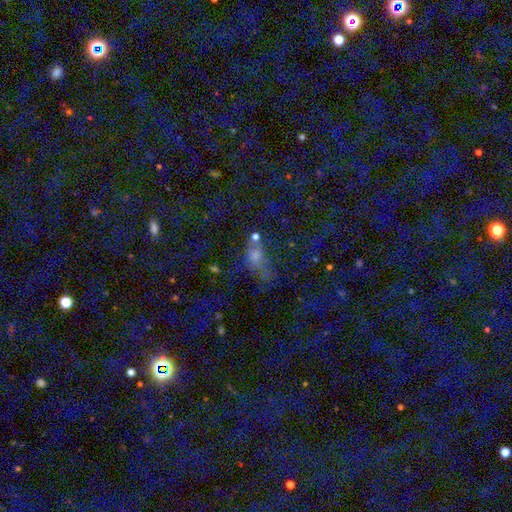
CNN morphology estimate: A smooth galaxy with no disk features (56%) that is in between round and cigar-shaped (61%).

Vote fractions:
- Smooth or featured? smooth: 56% / star or artifact: 25% / featured or disk: 19%
- How rounded? in between: 61% / round: 26% / cigar-shaped: 13%
- Merging? none: 38% / major disturbance: 24% / minor disturbance: 20% / merger: 18%